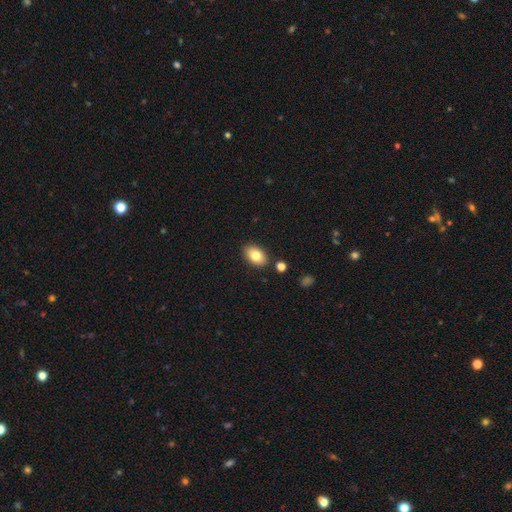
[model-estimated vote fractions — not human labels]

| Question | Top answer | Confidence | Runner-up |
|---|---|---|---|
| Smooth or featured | smooth | 81% | featured or disk (11%) |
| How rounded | in between | 85% | round (14%) |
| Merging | none | 85% | minor disturbance (10%) |